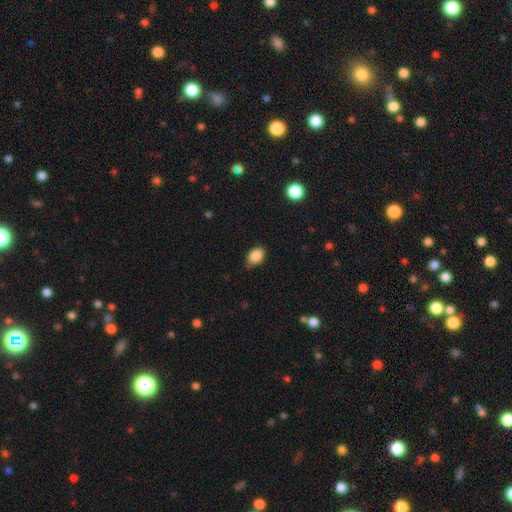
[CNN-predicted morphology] This is clearly a smooth galaxy (86%). How rounded: likely in between (78%). Merging: likely none (66%).